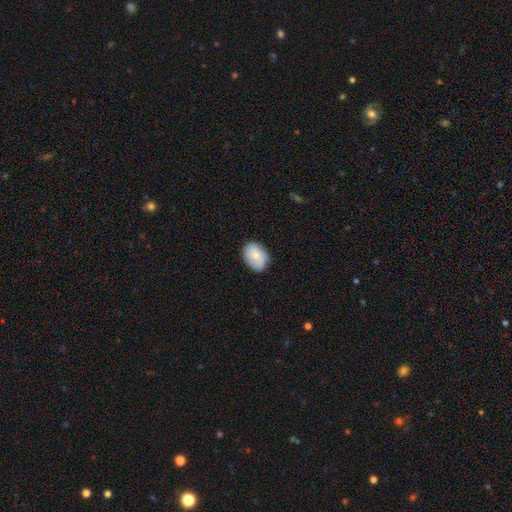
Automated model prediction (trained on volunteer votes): This is likely a smooth galaxy (77%). How rounded: likely in between (73%). Merging: likely none (77%).